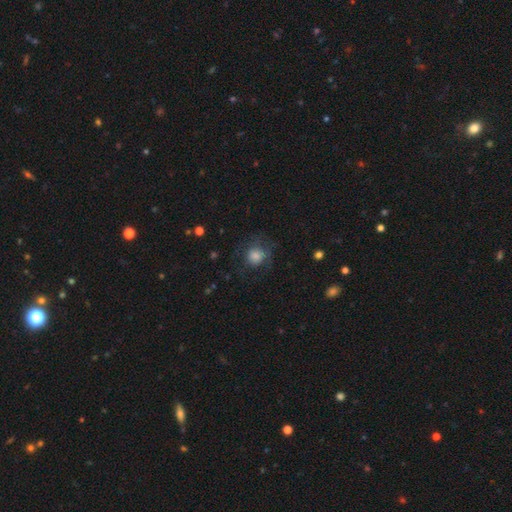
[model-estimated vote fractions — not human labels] This appears to be a smooth galaxy with no disk features (74%) that is round (86%). Merging: none (62%).